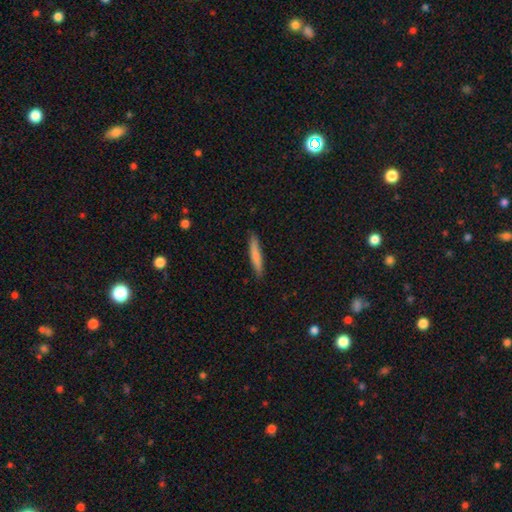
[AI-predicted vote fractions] Smooth or featured: smooth — 76% (featured or disk — 18%)
How rounded: cigar-shaped — 93% (in between — 6%)
Merging: none — 88% (minor disturbance — 9%)